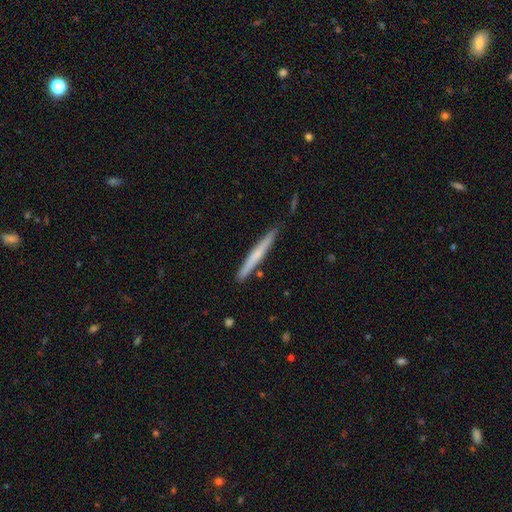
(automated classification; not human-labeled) Q: Smooth or featured?
A: smooth (53%); runner-up: featured or disk (41%)
Q: How rounded?
A: cigar-shaped (97%); runner-up: in between (2%)
Q: Merging?
A: none (87%); runner-up: minor disturbance (10%)